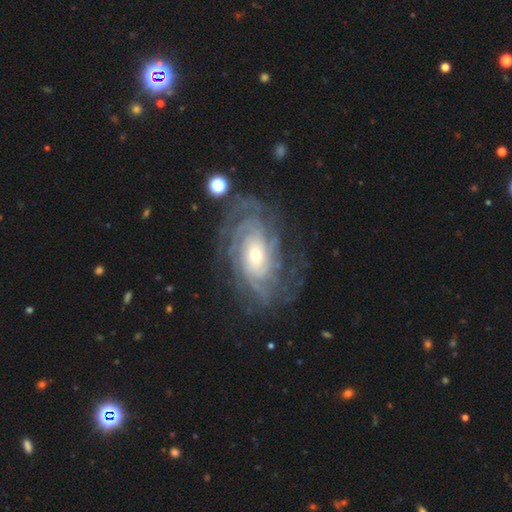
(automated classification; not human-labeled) The model was most divided on "spiral arm count": can't tell: 32%, 4: 21%, 3: 15%, more than 4: 15%, 2: 11%, 1: 6%. More confident: spiral arms — yes (97%); edge-on disk — no (95%); smooth or featured — featured or disk (88%); merging — none (74%); spiral winding — tight (73%); bar — no (68%); bulge size — small (55%).